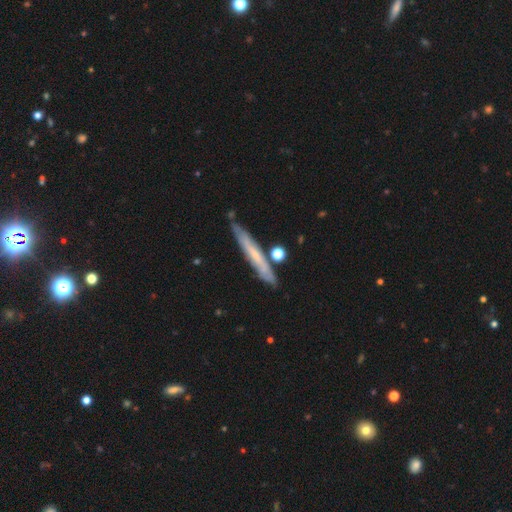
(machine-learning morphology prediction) smooth-or-featured: featured or disk: 51% | smooth: 42% | star or artifact: 7%
  disk-edge-on: yes: 81% | no: 19%
  merging: none: 77% | minor disturbance: 15% | merger: 5% | major disturbance: 3%